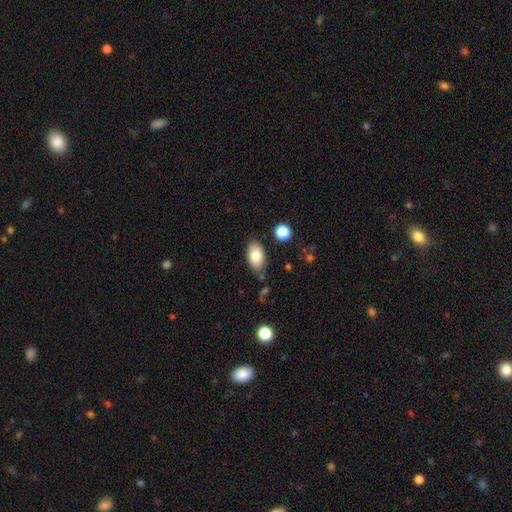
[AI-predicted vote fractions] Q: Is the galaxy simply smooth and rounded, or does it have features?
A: smooth — 83%.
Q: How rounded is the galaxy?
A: in between — 92%.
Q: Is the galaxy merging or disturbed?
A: none — 80%.